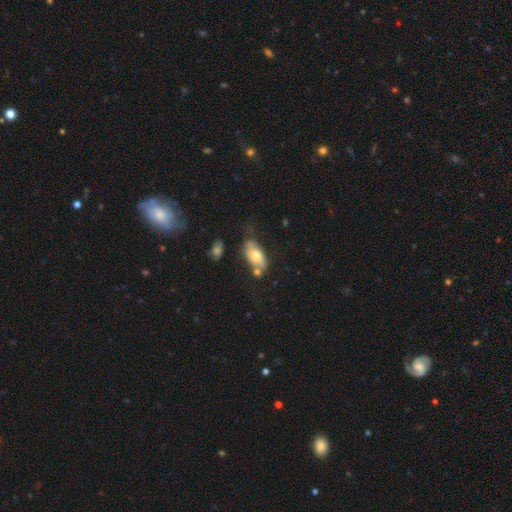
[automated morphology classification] Overall: smooth (65%; featured or disk 28%). How rounded: in between (90%). Merging: none (53%; minor disturbance 25%).